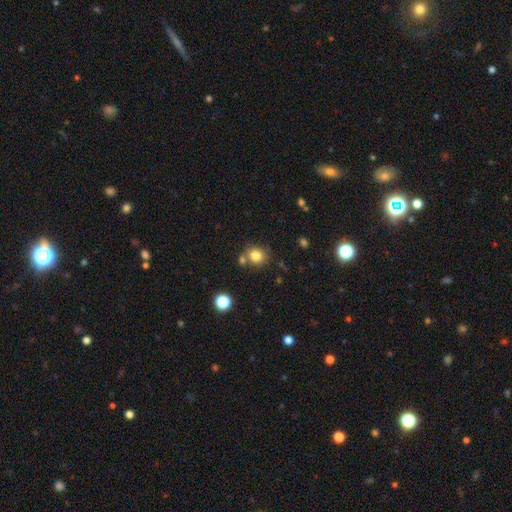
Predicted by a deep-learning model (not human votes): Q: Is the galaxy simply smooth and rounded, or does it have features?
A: smooth — 81%.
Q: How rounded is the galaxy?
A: round — 79%.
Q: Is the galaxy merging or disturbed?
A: none — 69%.